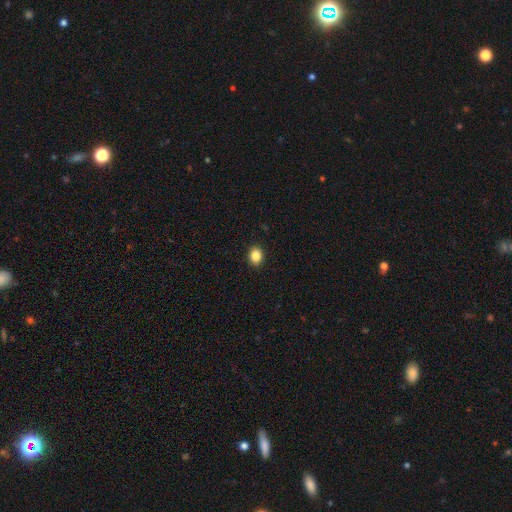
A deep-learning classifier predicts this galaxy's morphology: smooth 86%, star or artifact 10%, featured or disk 4%. Down the decision tree: how rounded — in between (51%); merging — none (92%).